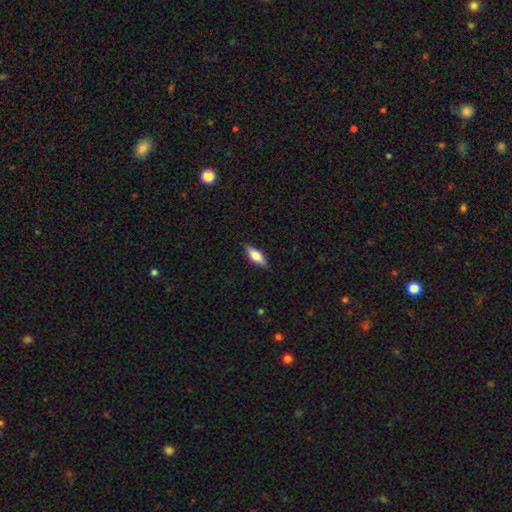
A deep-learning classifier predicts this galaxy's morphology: Smooth or featured? Predicted: smooth (p=0.72). How rounded? Predicted: in between (p=0.72). Merging? Predicted: none (p=0.85).